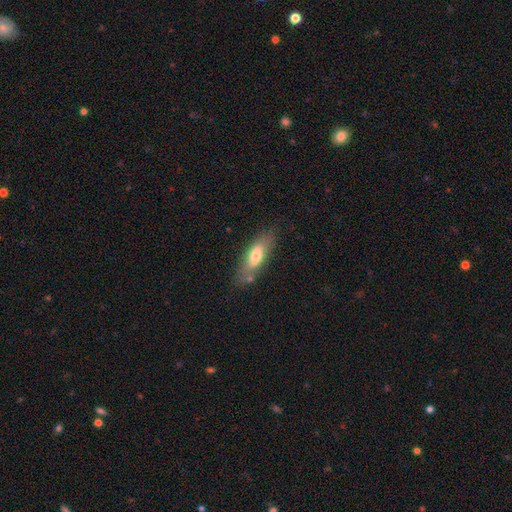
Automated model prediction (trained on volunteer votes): This is likely a smooth galaxy (65%). How rounded: likely in between (63%). Merging: likely none (74%).